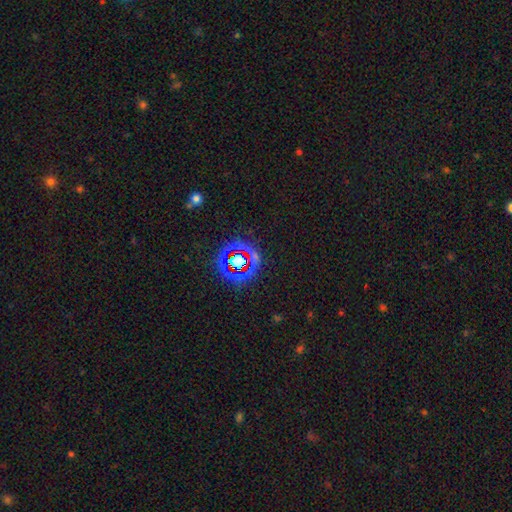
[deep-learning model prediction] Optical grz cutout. It shows a star or artifact, not a galaxy (78%).